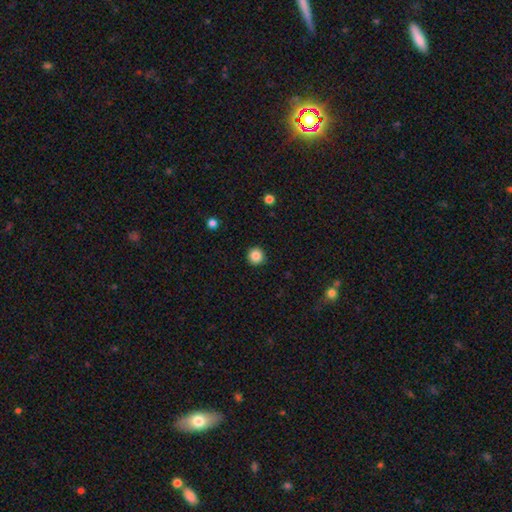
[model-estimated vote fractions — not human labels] smooth-or-featured: smooth: 86% | star or artifact: 10% | featured or disk: 4%
  how-rounded: round: 96% | in between: 3% | cigar-shaped: 1%
  merging: none: 93% | minor disturbance: 5% | major disturbance: 2% | merger: 1%